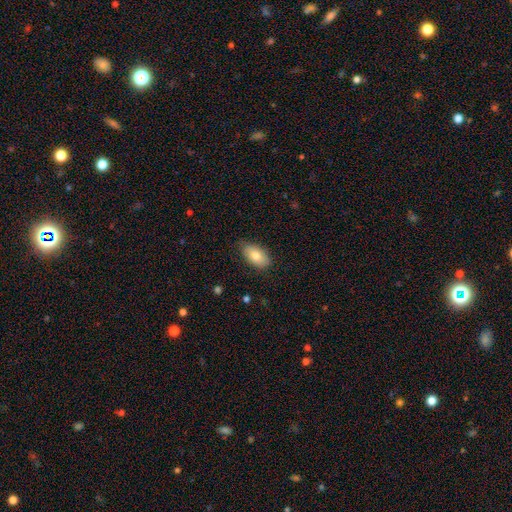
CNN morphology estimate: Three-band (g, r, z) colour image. It shows a smooth galaxy with no disk features (81%) that is in between round and cigar-shaped (93%). Merging: none (80%).